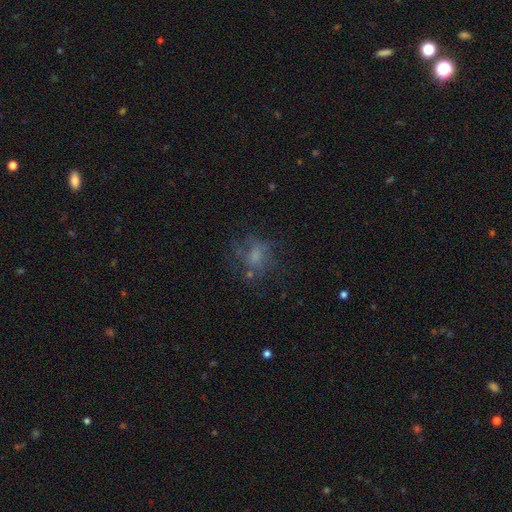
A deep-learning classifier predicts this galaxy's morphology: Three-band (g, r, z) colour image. It shows a smooth galaxy with no disk features (49%). Merging: none (53%).